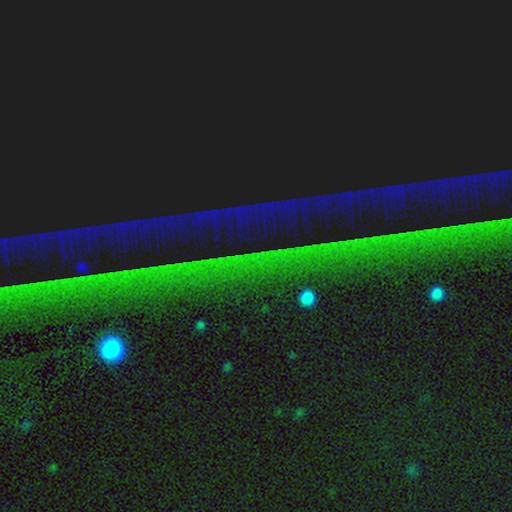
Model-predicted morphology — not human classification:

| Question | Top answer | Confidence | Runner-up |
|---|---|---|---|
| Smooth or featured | star or artifact | 89% | featured or disk (6%) |